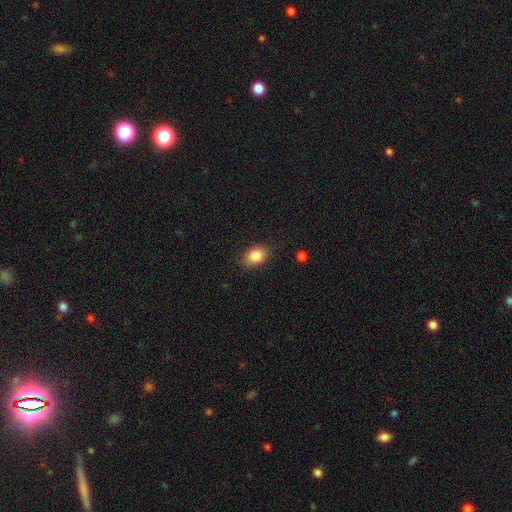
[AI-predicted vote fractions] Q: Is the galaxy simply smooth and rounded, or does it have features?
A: smooth — 85%.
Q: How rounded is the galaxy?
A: in between — 79%.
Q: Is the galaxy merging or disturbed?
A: none — 83%.